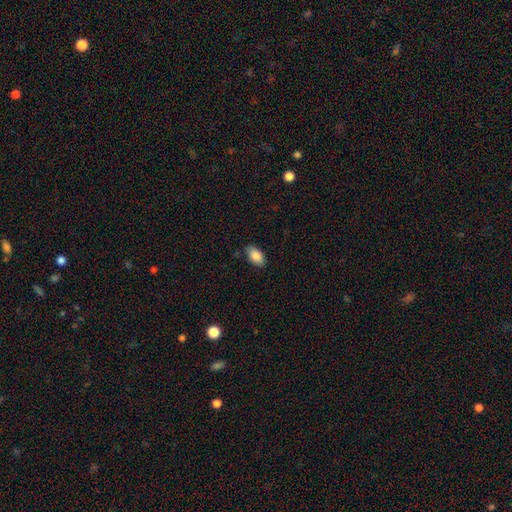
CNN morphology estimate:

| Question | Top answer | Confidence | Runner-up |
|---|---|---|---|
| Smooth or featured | smooth | 87% | star or artifact (7%) |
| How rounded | in between | 94% | round (4%) |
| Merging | none | 85% | minor disturbance (12%) |